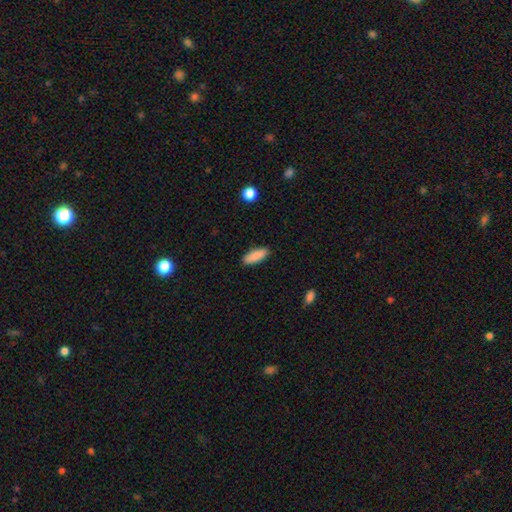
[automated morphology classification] smooth-or-featured: smooth: 89% | star or artifact: 6% | featured or disk: 5%
  how-rounded: in between: 65% | cigar-shaped: 34% | round: 2%
  merging: none: 89% | minor disturbance: 8% | major disturbance: 2% | merger: 1%